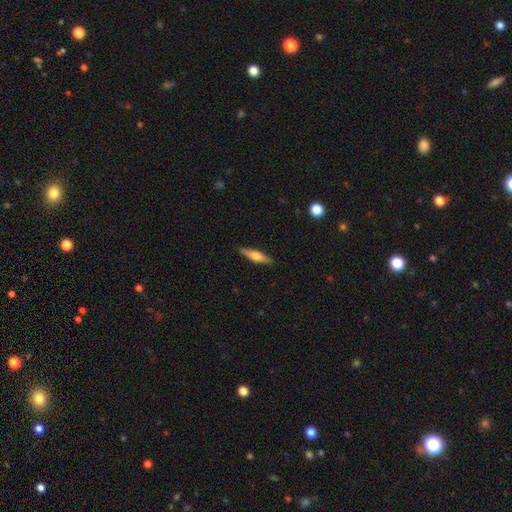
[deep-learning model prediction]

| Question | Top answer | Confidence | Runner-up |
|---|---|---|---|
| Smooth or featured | smooth | 48% | featured or disk (46%) |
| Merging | none | 90% | minor disturbance (8%) |